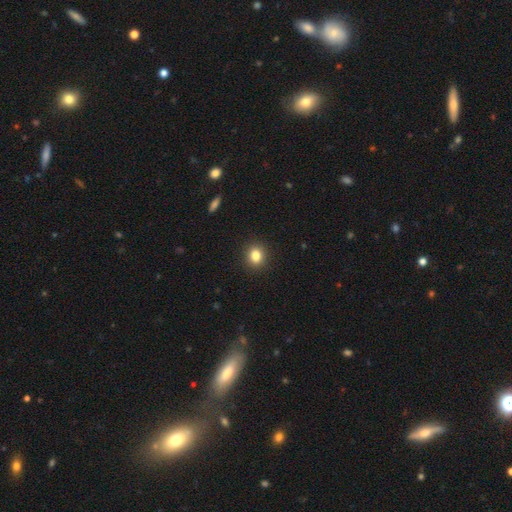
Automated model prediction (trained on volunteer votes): Smooth or featured?
  - smooth: 83% *
  - star or artifact: 11%
  - featured or disk: 6%
How rounded?
  - round: 69% *
  - in between: 30%
  - cigar-shaped: 1%
Merging?
  - none: 91% *
  - minor disturbance: 6%
  - major disturbance: 2%
  - merger: 1%